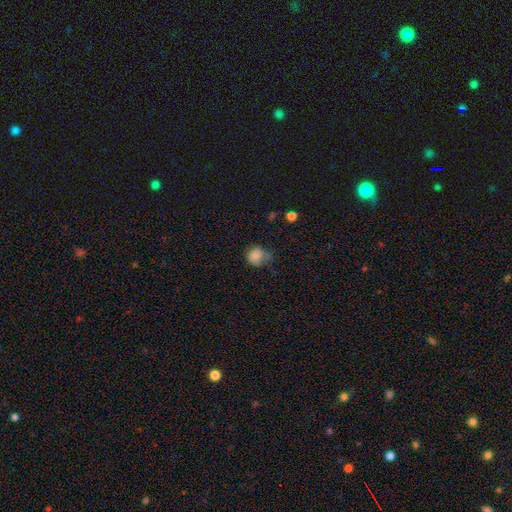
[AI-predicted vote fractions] Morphology: type=smooth (82%); roundness=round (74%); merging=none (43%).